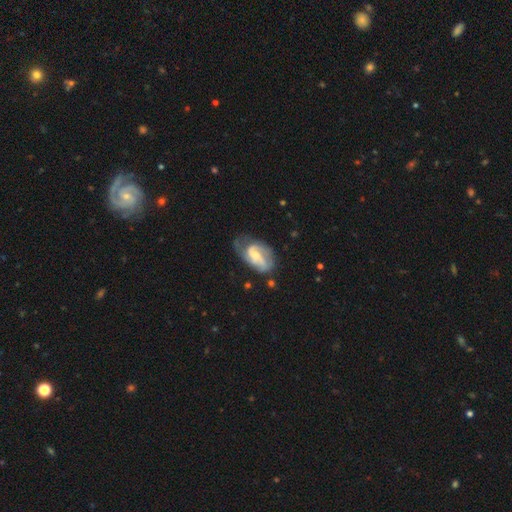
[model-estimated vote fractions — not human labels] Smooth or featured: featured or disk — 76% (smooth — 19%)
Edge-on disk: no — 97% (yes — 3%)
Bar: weak — 49% (no — 35%)
Spiral arms: yes — 91% (no — 9%)
Spiral winding: medium — 46% (loose — 29%)
Spiral arm count: 2 — 63% (can't tell — 16%)
Bulge size: small — 49% (moderate — 42%)
Merging: none — 49% (minor disturbance — 29%)